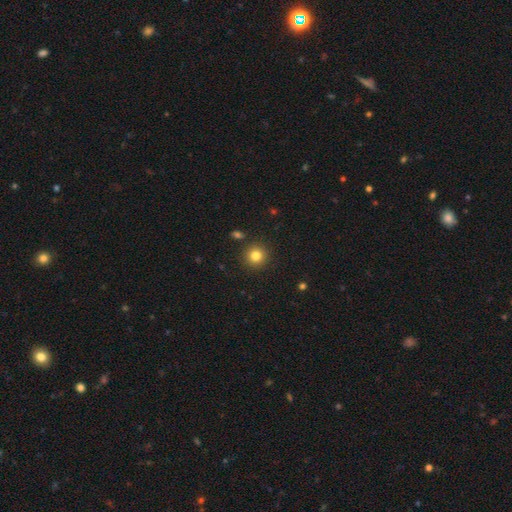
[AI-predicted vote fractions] smooth 82%, star or artifact 12%, featured or disk 6%. Down the decision tree: how rounded — round (93%); merging — none (90%).